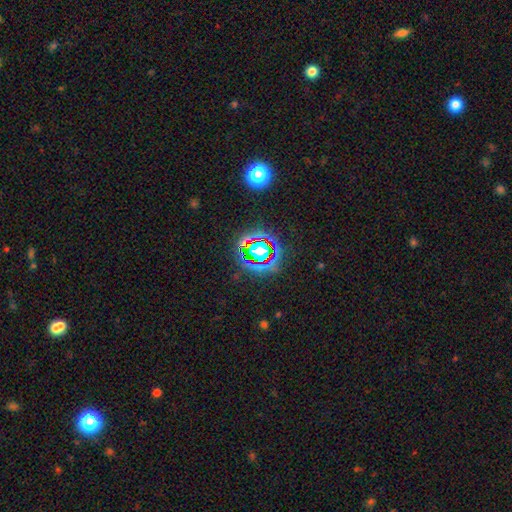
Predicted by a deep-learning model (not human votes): This appears to be a star or artifact, not a galaxy (74%).